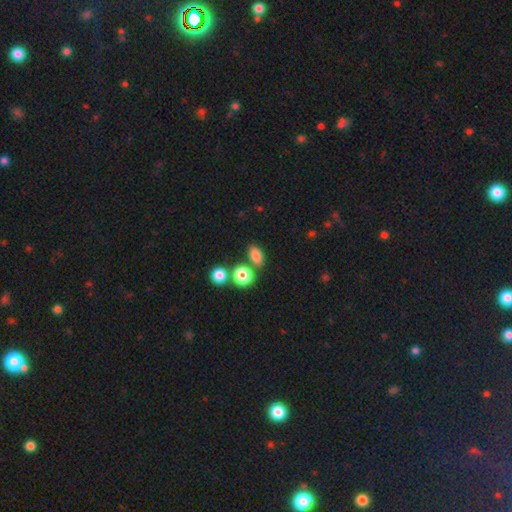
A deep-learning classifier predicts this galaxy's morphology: Overall: smooth (80%). How rounded: in between (75%). Merging: none (71%).